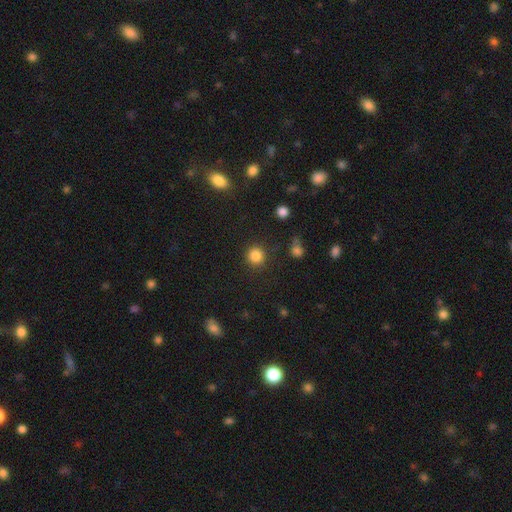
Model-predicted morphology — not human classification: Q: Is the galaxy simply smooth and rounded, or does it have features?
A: smooth — 84%.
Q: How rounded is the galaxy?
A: round — 93%.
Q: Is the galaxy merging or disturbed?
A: none — 88%.